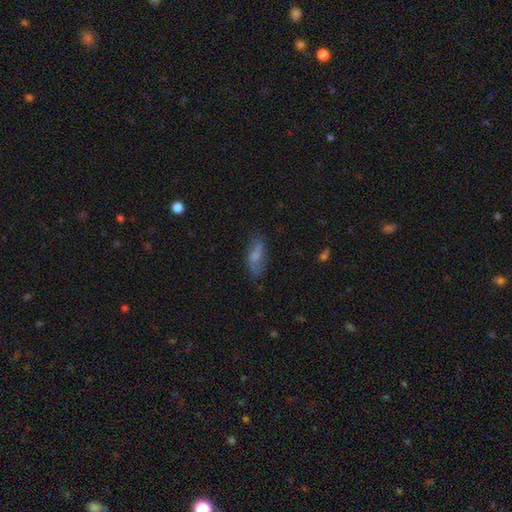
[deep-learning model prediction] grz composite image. It shows a smooth galaxy with no disk features (60%) that is in between round and cigar-shaped (72%). Merging: none (67%).